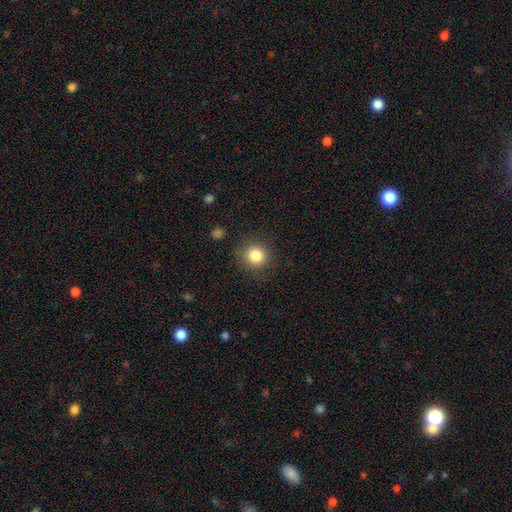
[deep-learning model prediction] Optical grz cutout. It shows a smooth galaxy with no disk features (84%) that is round (90%). Merging: none (85%).